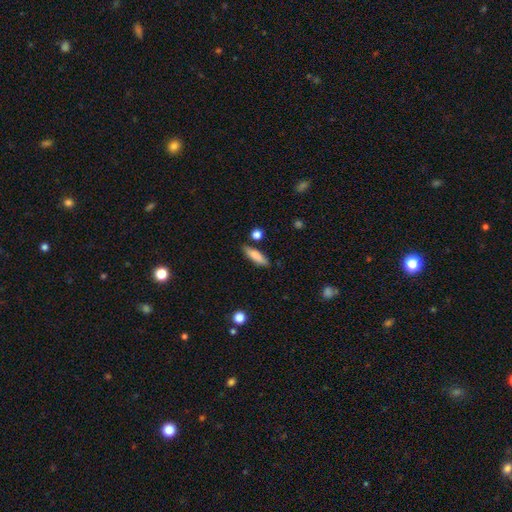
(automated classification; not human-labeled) smooth_or_featured: smooth (p=0.79) [alt: featured or disk p=0.14]
how_rounded: cigar-shaped (p=0.60) [alt: in between p=0.38]
merging: none (p=0.81) [alt: minor disturbance p=0.13]